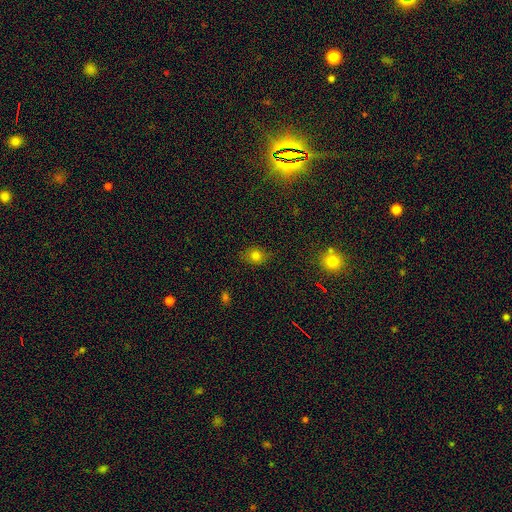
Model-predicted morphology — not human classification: A smooth galaxy with no disk features (75%) that is round (56%). Merging: none (79%).